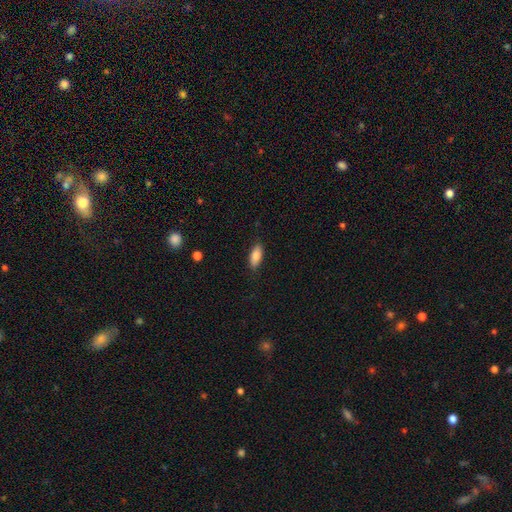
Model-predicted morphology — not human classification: A smooth galaxy with no disk features (84%) that is in between round and cigar-shaped (84%). Merging: none (85%).